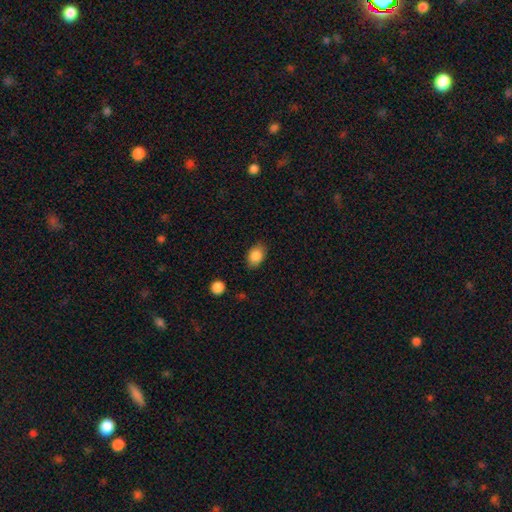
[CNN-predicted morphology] A smooth galaxy with no disk features (86%) that is in between round and cigar-shaped (80%).

Vote fractions:
- Smooth or featured? smooth: 86% / star or artifact: 8% / featured or disk: 6%
- How rounded? in between: 80% / round: 19% / cigar-shaped: 1%
- Merging? none: 82% / minor disturbance: 13% / major disturbance: 3% / merger: 1%